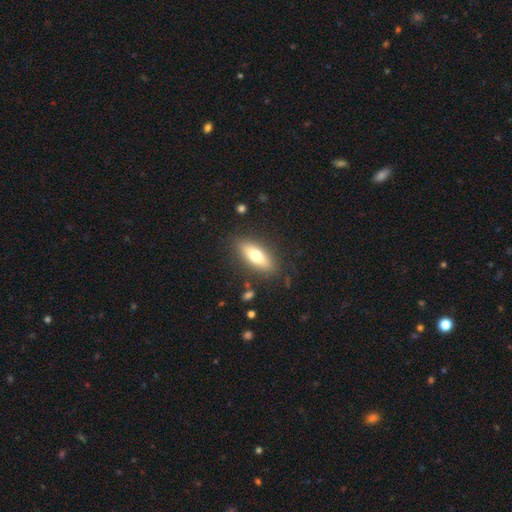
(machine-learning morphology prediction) Smooth or featured? smooth (66%)
How rounded? in between (66%)
Merging? none (85%)